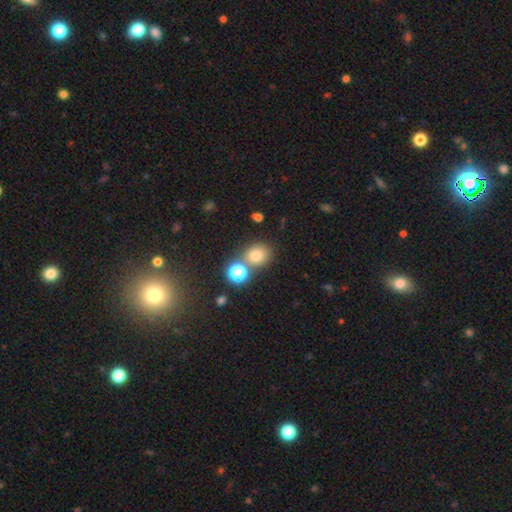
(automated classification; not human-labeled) A smooth galaxy with no disk features (75%) that is round (71%). Merging: none (67%).